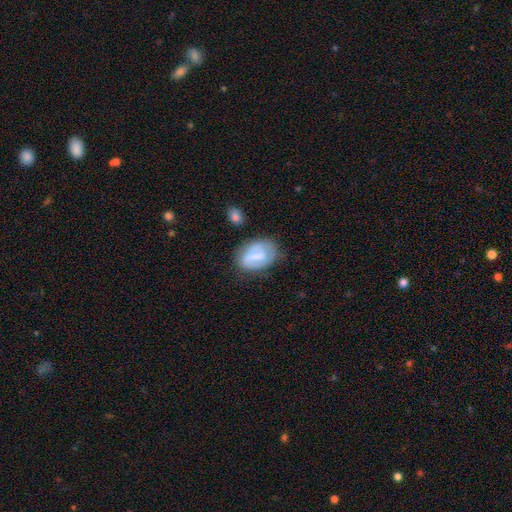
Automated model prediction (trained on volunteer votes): Smooth or featured?
  - smooth: 49% *
  - featured or disk: 43%
  - star or artifact: 7%
Merging?
  - none: 62% *
  - minor disturbance: 25%
  - major disturbance: 9%
  - merger: 4%